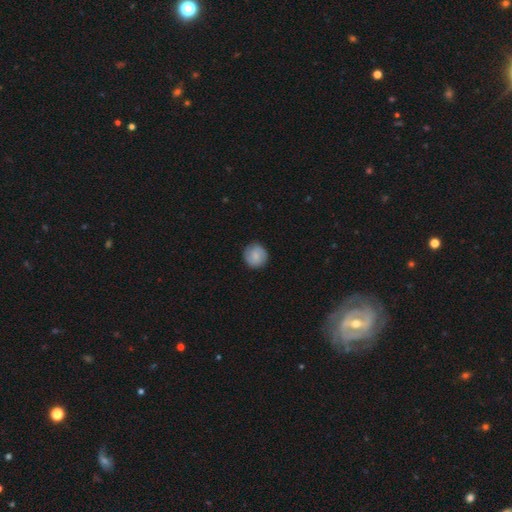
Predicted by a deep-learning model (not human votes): Q: Smooth or featured?
A: smooth (77%); runner-up: featured or disk (16%)
Q: How rounded?
A: round (93%); runner-up: in between (6%)
Q: Merging?
A: none (88%); runner-up: minor disturbance (9%)